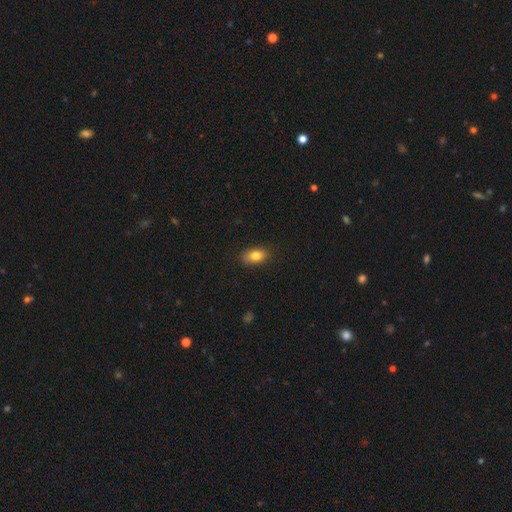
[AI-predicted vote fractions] smooth 81%, featured or disk 10%, star or artifact 9%. Down the decision tree: how rounded — in between (85%); merging — none (83%).